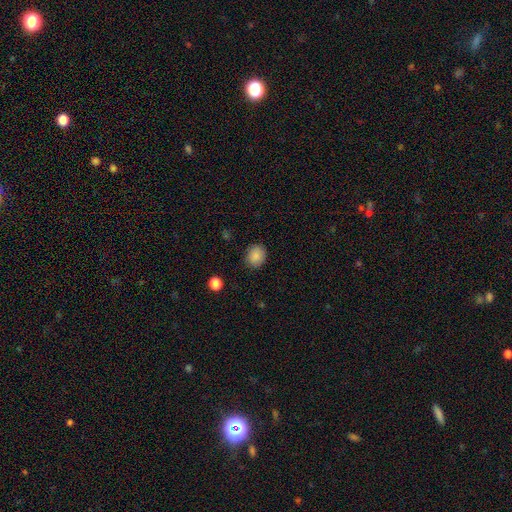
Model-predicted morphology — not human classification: smooth 87%, star or artifact 9%, featured or disk 4%. Down the decision tree: how rounded — round (64%); merging — none (87%).